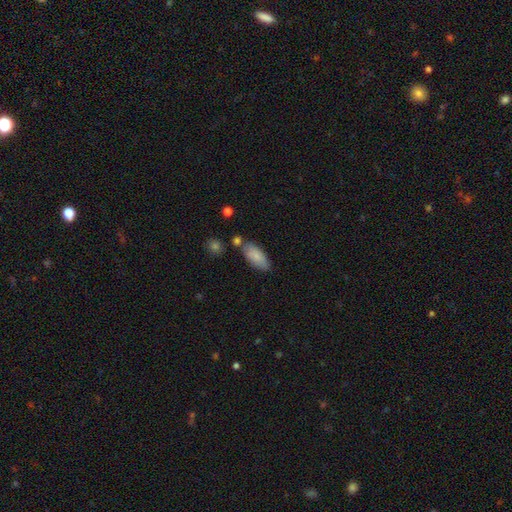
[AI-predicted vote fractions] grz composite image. It shows a smooth galaxy with no disk features (84%) that is in between round and cigar-shaped (85%). Merging: none (69%).